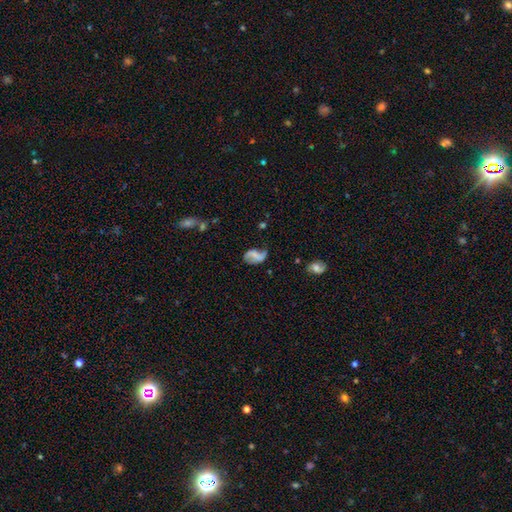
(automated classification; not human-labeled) A featured or disk galaxy (62%) with no bar (41%), 2 (79%) loose (66%) spiral arms (83%) and no central bulge (68%). Merging: none (50%).